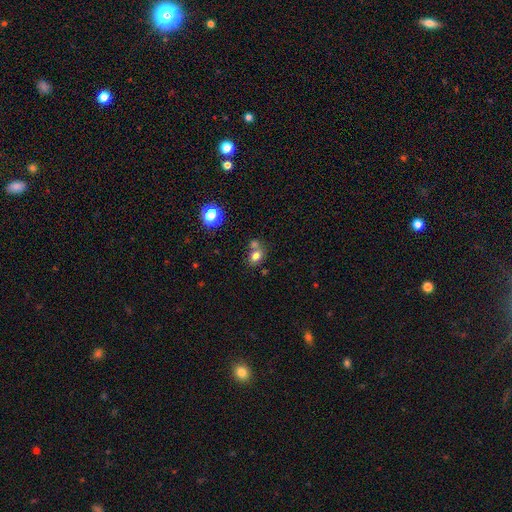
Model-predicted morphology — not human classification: Overall: smooth (76%). How rounded: in between (56%; round 43%). Merging: none (48%; merger 37%).